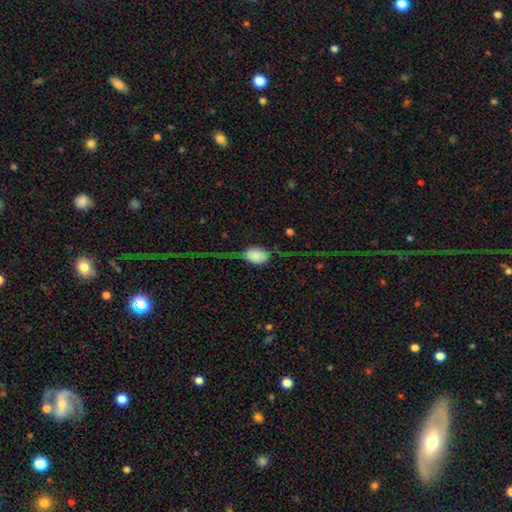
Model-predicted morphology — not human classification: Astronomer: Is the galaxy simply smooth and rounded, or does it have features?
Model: smooth — 75%.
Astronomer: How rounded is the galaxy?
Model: in between — 82%.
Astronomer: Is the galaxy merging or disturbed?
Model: none — 42% (runner-up: major disturbance, 32%).